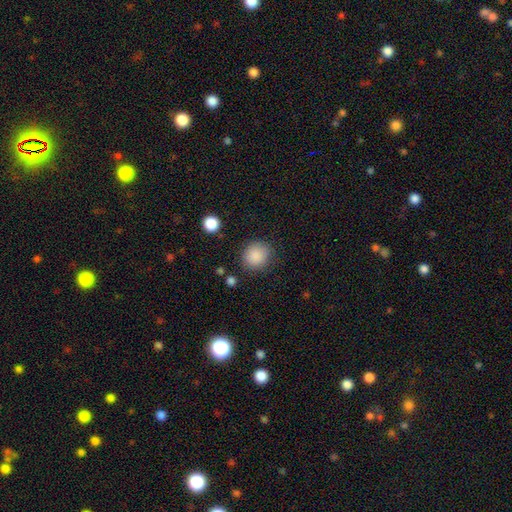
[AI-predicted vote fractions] Overall: smooth (87%). How rounded: round (83%). Merging: none (82%).